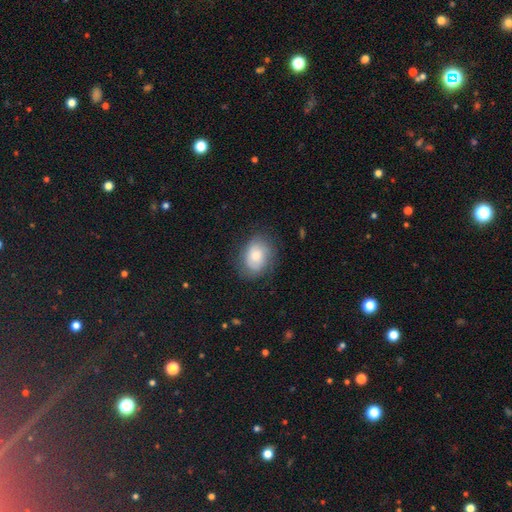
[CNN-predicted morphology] A smooth galaxy with no disk features (69%) that is in between round and cigar-shaped (65%). Merging: none (72%).